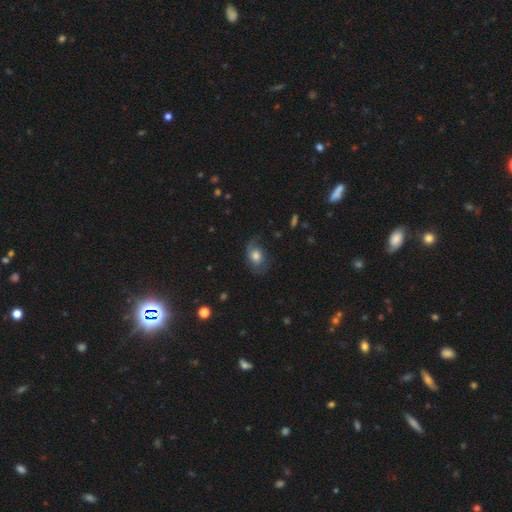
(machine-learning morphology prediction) Smooth or featured?
  - smooth: 53% *
  - featured or disk: 38%
  - star or artifact: 9%
How rounded?
  - in between: 72% *
  - round: 27%
  - cigar-shaped: 1%
Merging?
  - none: 56% *
  - minor disturbance: 26%
  - major disturbance: 16%
  - merger: 2%